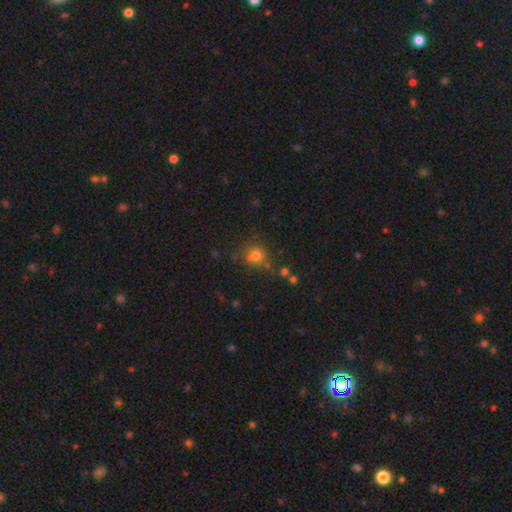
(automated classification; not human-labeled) This is likely a smooth galaxy (75%). How rounded: clearly round (82%). Merging: likely none (68%).